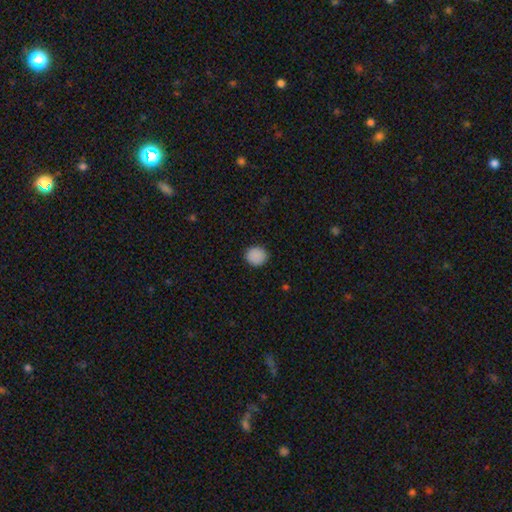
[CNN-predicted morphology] type=smooth (89%); roundness=round (88%); merging=none (91%).